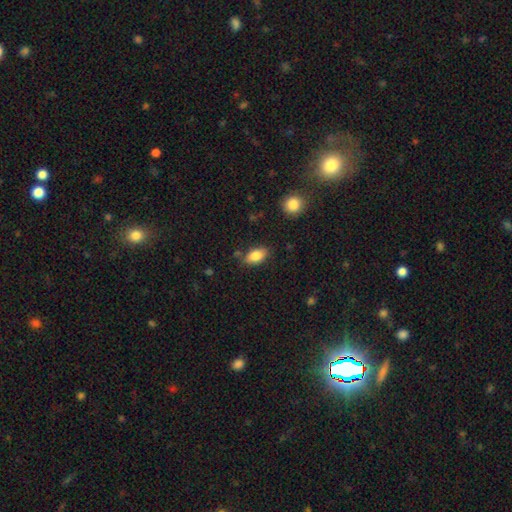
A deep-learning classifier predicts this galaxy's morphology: Smooth or featured: smooth — 85% (star or artifact — 8%)
How rounded: in between — 91% (round — 5%)
Merging: none — 79% (minor disturbance — 15%)